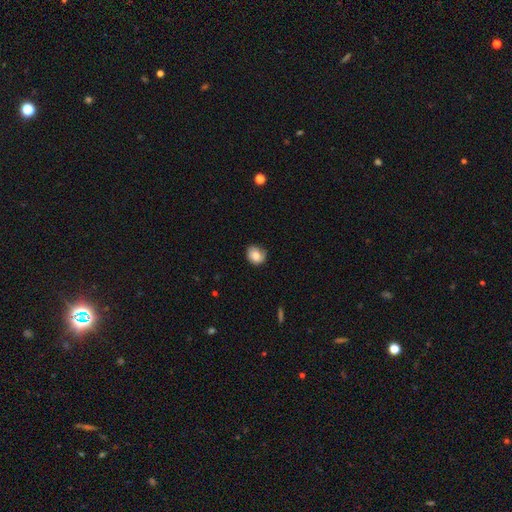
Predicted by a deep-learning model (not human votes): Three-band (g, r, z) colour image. It shows a smooth galaxy with no disk features (74%) that is round (70%). Merging: none (70%).